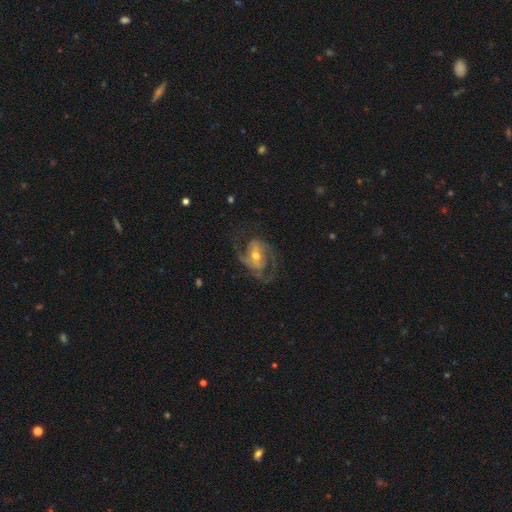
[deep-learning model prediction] A featured or disk galaxy (86%) with a weak bar (40%), 2 (65%) medium (53%) spiral arms (94%) and a moderate central bulge (64%). Merging: none (60%).